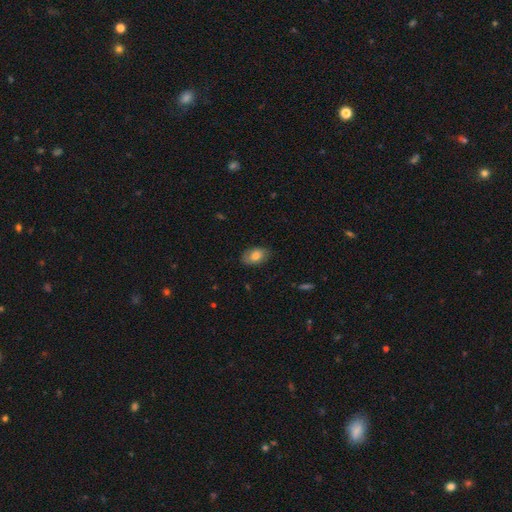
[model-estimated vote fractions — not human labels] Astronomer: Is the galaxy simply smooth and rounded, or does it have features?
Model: smooth — 77%.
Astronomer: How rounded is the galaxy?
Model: in between — 90%.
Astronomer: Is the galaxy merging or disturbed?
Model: none — 81%.